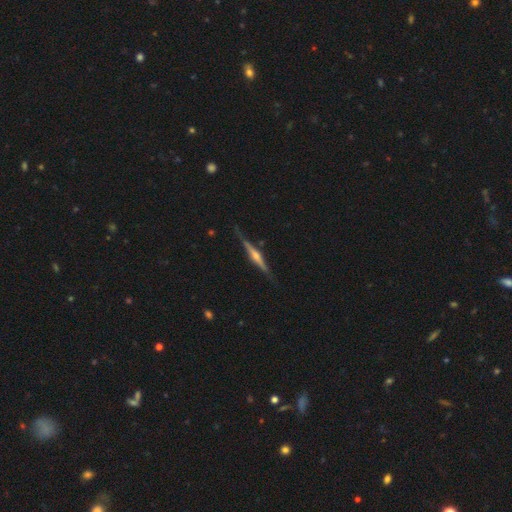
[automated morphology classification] The model was most divided on "smooth or featured": featured or disk: 75%, smooth: 20%, star or artifact: 5%. More confident: edge-on disk — yes (98%); merging — none (82%); edge-on bulge — rounded (79%).